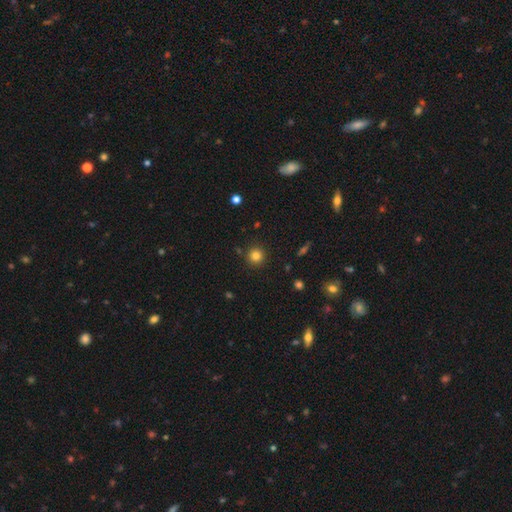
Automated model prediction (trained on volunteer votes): Smooth or featured? smooth (81%)
How rounded? round (95%)
Merging? none (89%)